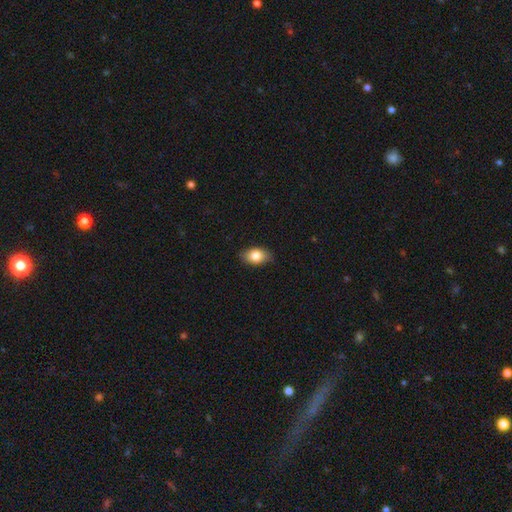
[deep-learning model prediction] Smooth or featured? Predicted: smooth (p=0.81). How rounded? Predicted: in between (p=0.87). Merging? Predicted: none (p=0.85).